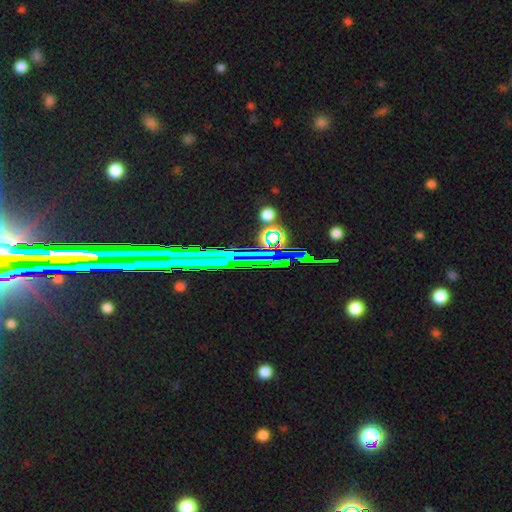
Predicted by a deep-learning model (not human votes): This is likely a star or artifact rather than a galaxy (69%).